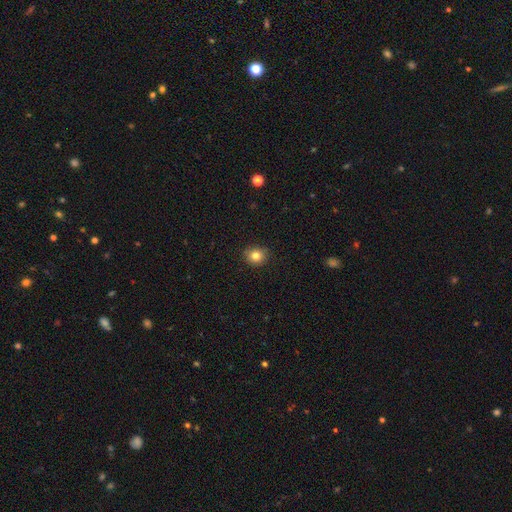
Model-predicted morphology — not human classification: This appears to be a smooth galaxy with no disk features (82%) that is round (77%). Merging: none (88%).